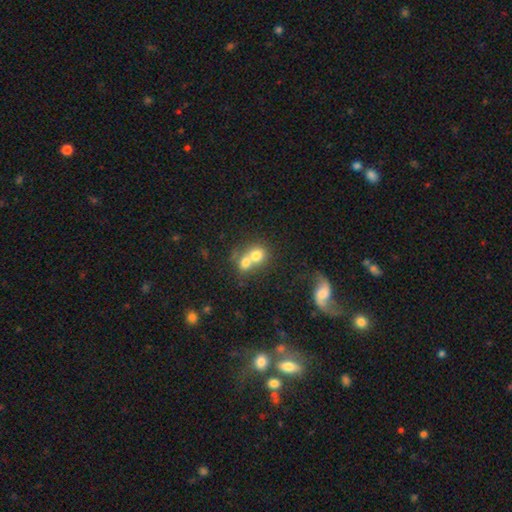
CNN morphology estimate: This appears to be a smooth galaxy with no disk features (71%) that is round (72%). Merging: merger (68%).